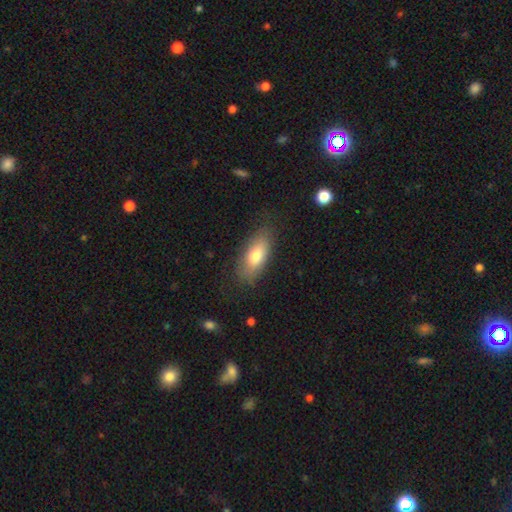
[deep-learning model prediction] Smooth or featured: smooth — 75% (featured or disk — 18%)
How rounded: in between — 83% (cigar-shaped — 13%)
Merging: none — 78% (minor disturbance — 16%)